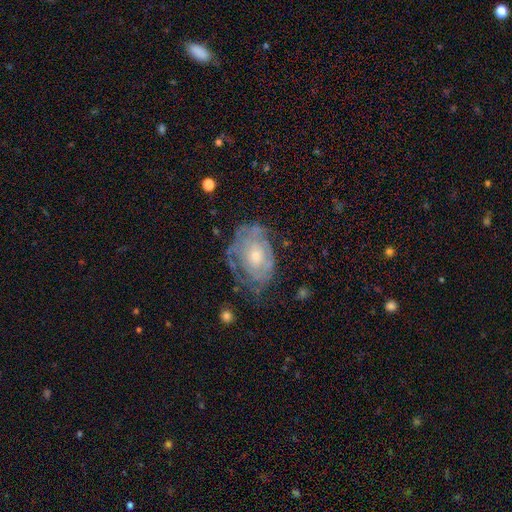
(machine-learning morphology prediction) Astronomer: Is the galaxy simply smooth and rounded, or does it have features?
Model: featured or disk — 71%.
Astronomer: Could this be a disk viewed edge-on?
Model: no — 96%.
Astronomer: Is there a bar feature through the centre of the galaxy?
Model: no — 81%.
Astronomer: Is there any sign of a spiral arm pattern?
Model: yes — 68%.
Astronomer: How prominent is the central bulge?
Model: small — 61%.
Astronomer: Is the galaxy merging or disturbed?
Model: none — 57%.